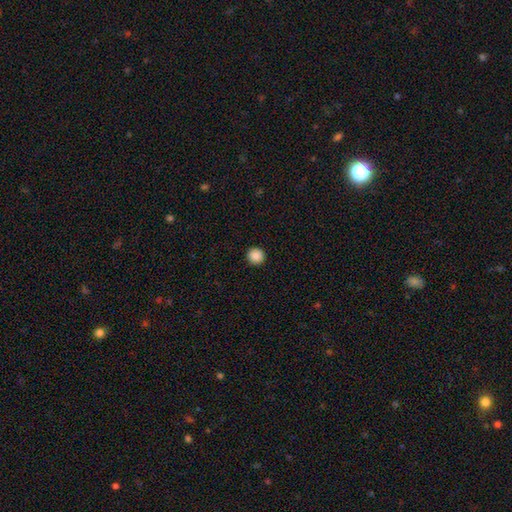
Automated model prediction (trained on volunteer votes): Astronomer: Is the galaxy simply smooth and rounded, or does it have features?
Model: smooth — 88%.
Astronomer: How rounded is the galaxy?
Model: round — 95%.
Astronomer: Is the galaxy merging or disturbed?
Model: none — 93%.